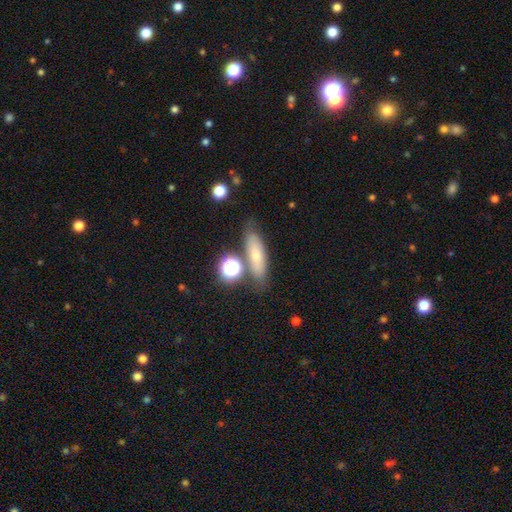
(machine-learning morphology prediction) A smooth galaxy with no disk features (55%) that is cigar-shaped (53%).

Vote fractions:
- Smooth or featured? smooth: 55% / featured or disk: 32% / star or artifact: 13%
- How rounded? cigar-shaped: 53% / in between: 39% / round: 8%
- Merging? none: 70% / minor disturbance: 15% / merger: 10% / major disturbance: 5%